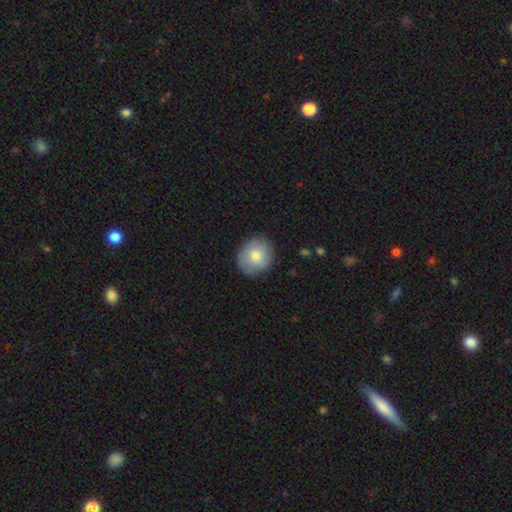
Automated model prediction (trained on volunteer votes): This is likely a smooth galaxy (76%). How rounded: clearly round (85%). Merging: clearly none (86%).